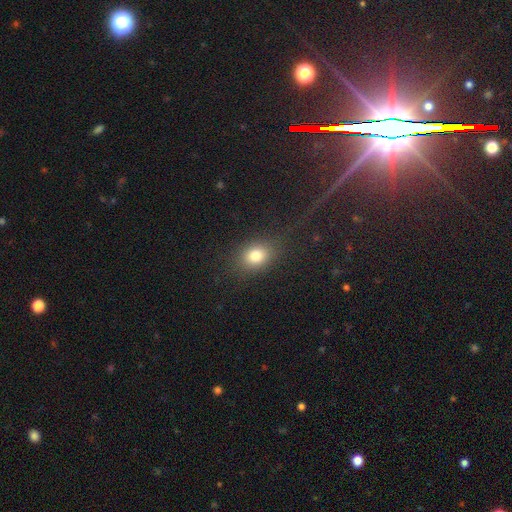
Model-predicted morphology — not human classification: smooth_or_featured: smooth (p=0.80) [alt: star or artifact p=0.12]
how_rounded: in between (p=0.60) [alt: round p=0.38]
merging: none (p=0.79) [alt: minor disturbance p=0.11]